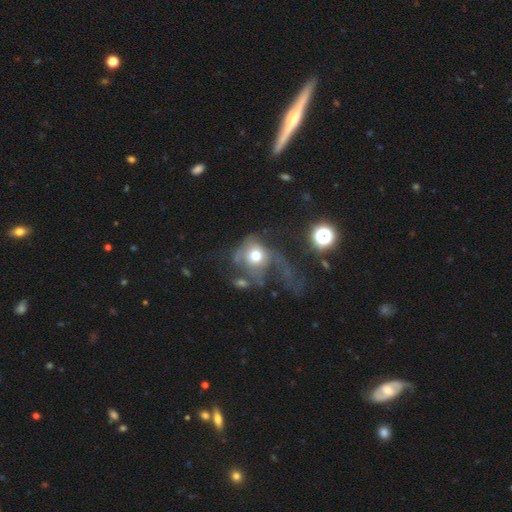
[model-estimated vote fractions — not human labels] Q: Smooth or featured?
A: smooth (54%); runner-up: featured or disk (33%)
Q: How rounded?
A: round (72%); runner-up: in between (27%)
Q: Merging?
A: major disturbance (59%); runner-up: none (18%)